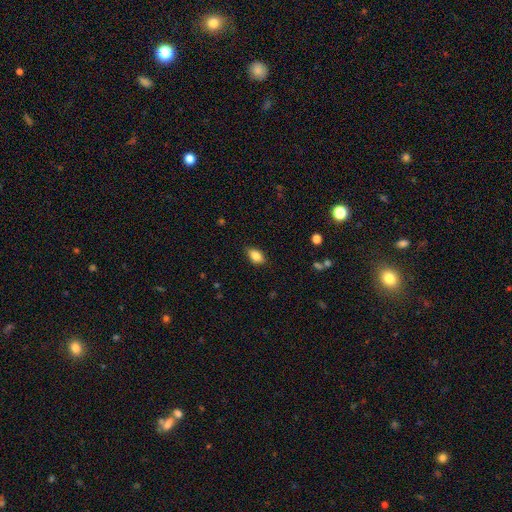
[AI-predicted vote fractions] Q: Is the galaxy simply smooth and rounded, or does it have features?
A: smooth — 85%.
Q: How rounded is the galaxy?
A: in between — 88%.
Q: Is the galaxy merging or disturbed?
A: none — 83%.